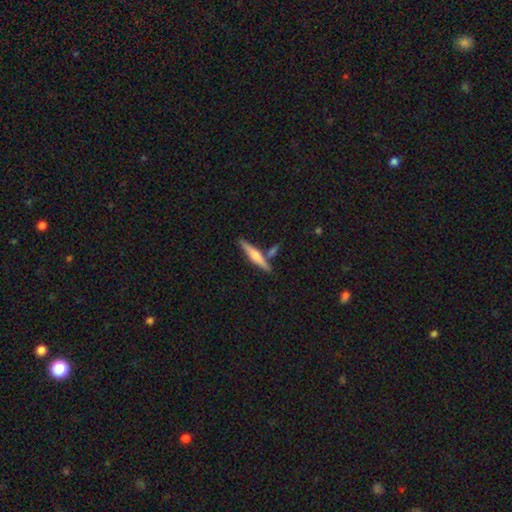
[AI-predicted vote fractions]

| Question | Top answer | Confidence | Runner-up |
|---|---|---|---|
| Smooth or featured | featured or disk | 50% | smooth (45%) |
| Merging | none | 75% | merger (12%) |